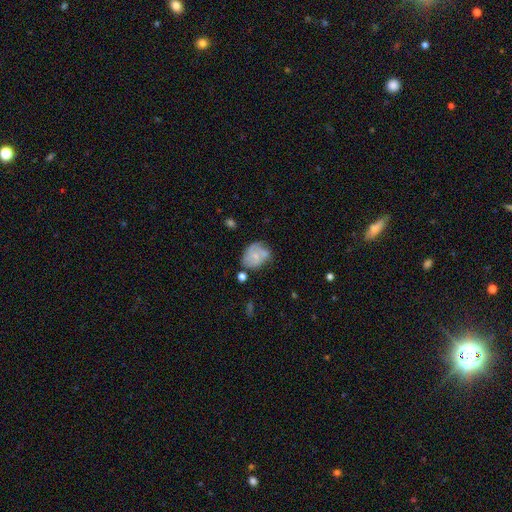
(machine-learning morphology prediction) Smooth or featured: smooth — 52% (featured or disk — 40%)
How rounded: in between — 54% (round — 45%)
Merging: none — 42% (minor disturbance — 29%)